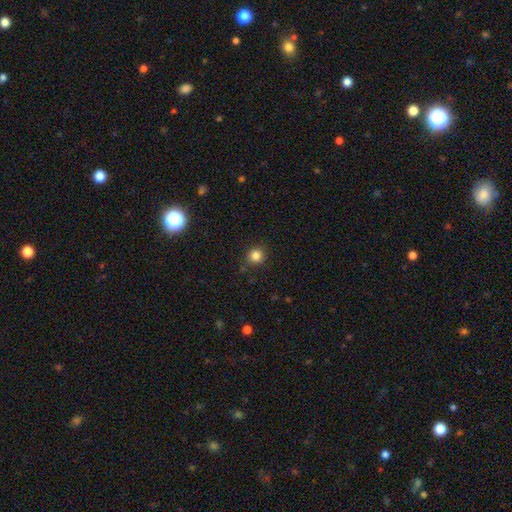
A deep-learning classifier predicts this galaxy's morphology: The model was most divided on "smooth or featured": smooth: 83%, star or artifact: 12%, featured or disk: 4%. More confident: how rounded — round (91%); merging — none (87%).